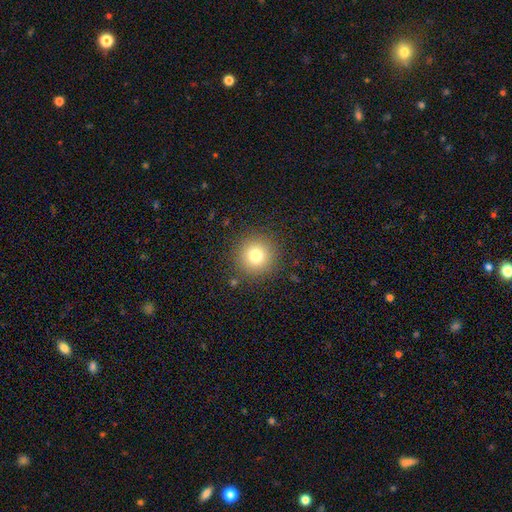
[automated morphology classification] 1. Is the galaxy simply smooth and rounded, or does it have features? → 77% smooth, 14% star or artifact, 9% featured or disk.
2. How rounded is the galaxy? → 96% round, 3% in between, 1% cigar-shaped.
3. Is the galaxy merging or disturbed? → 89% none, 6% minor disturbance, 3% major disturbance, 1% merger.